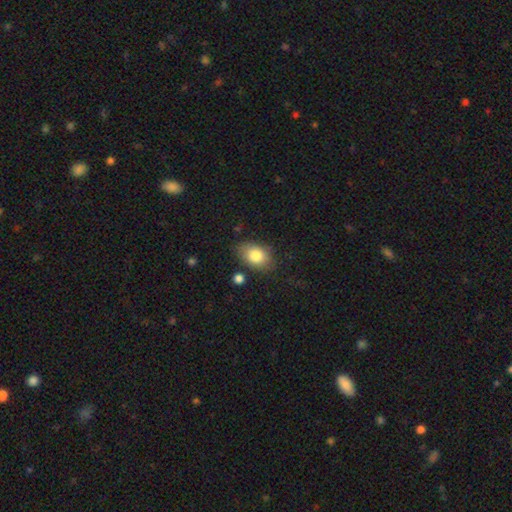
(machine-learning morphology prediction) The model was most divided on "merging": none: 76%, minor disturbance: 16%, major disturbance: 4%, merger: 4%. More confident: how rounded — in between (83%); smooth or featured — smooth (81%).